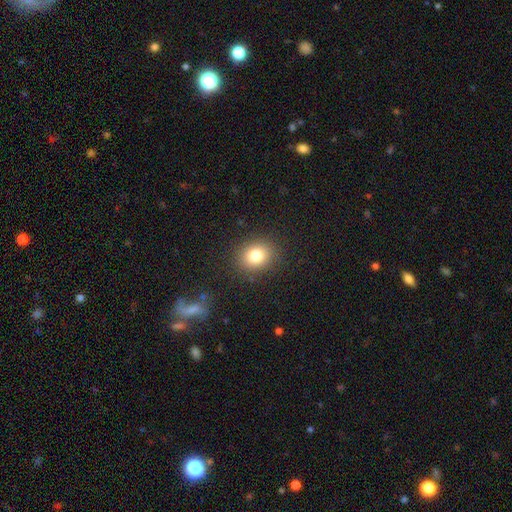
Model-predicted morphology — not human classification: A smooth galaxy with no disk features (80%) that is round (60%).

Vote fractions:
- Smooth or featured? smooth: 80% / star or artifact: 11% / featured or disk: 8%
- How rounded? round: 60% / in between: 39% / cigar-shaped: 1%
- Merging? none: 88% / minor disturbance: 8% / major disturbance: 3% / merger: 1%